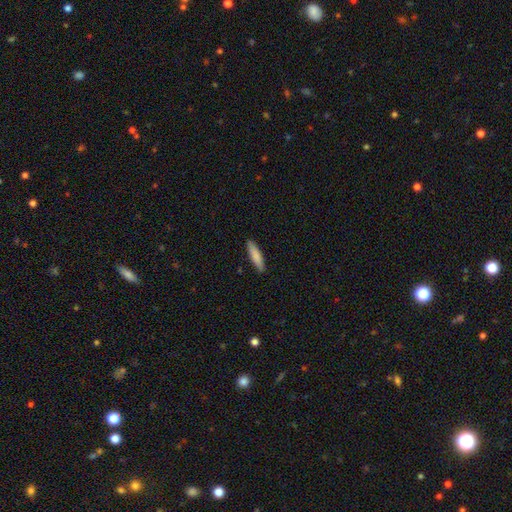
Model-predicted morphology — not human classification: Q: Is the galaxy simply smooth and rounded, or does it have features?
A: smooth — 83%.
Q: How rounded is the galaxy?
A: cigar-shaped — 79%.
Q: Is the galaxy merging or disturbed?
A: none — 88%.